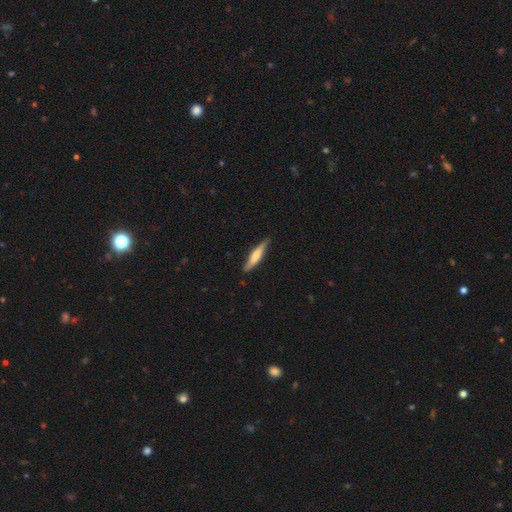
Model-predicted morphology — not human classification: Q: Smooth or featured?
A: smooth (58%); runner-up: featured or disk (37%)
Q: How rounded?
A: cigar-shaped (87%); runner-up: in between (11%)
Q: Merging?
A: none (82%); runner-up: minor disturbance (15%)